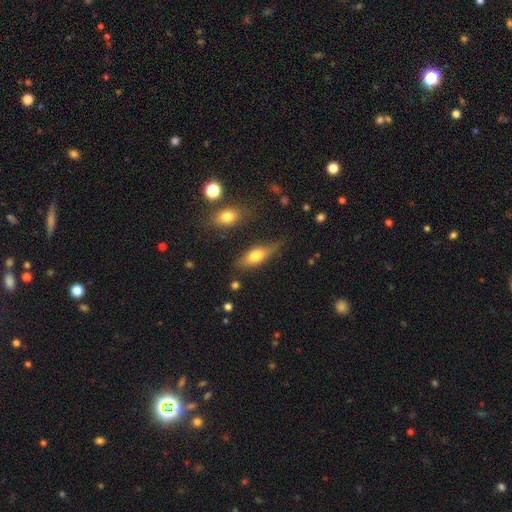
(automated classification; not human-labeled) Q: Smooth or featured?
A: smooth (67%); runner-up: featured or disk (24%)
Q: How rounded?
A: in between (73%); runner-up: cigar-shaped (22%)
Q: Merging?
A: none (61%); runner-up: minor disturbance (25%)